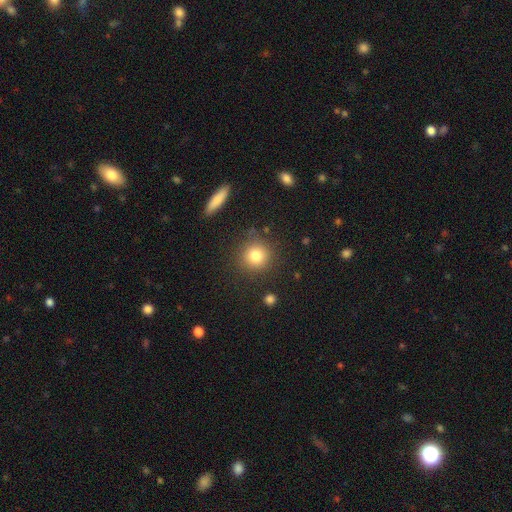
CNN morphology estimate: A smooth galaxy with no disk features (81%) that is round (91%).

Vote fractions:
- Smooth or featured? smooth: 81% / star or artifact: 11% / featured or disk: 8%
- How rounded? round: 91% / in between: 7% / cigar-shaped: 1%
- Merging? none: 84% / minor disturbance: 9% / major disturbance: 3% / merger: 3%